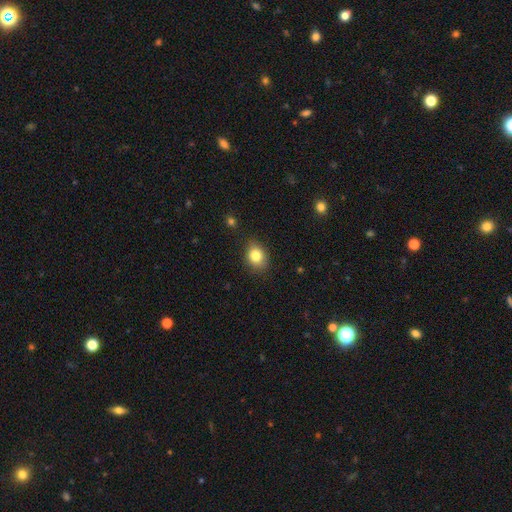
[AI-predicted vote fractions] A smooth galaxy with no disk features (83%) that is in between round and cigar-shaped (51%).

Vote fractions:
- Smooth or featured? smooth: 83% / star or artifact: 10% / featured or disk: 8%
- How rounded? in between: 51% / round: 48% / cigar-shaped: 1%
- Merging? none: 80% / minor disturbance: 15% / major disturbance: 3% / merger: 2%